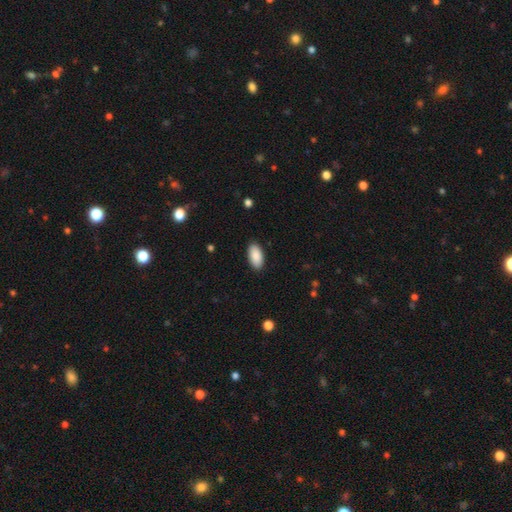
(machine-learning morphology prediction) A smooth galaxy with no disk features (90%) that is in between round and cigar-shaped (95%).

Vote fractions:
- Smooth or featured? smooth: 90% / star or artifact: 6% / featured or disk: 4%
- How rounded? in between: 95% / cigar-shaped: 3% / round: 2%
- Merging? none: 89% / minor disturbance: 8% / major disturbance: 2% / merger: 1%